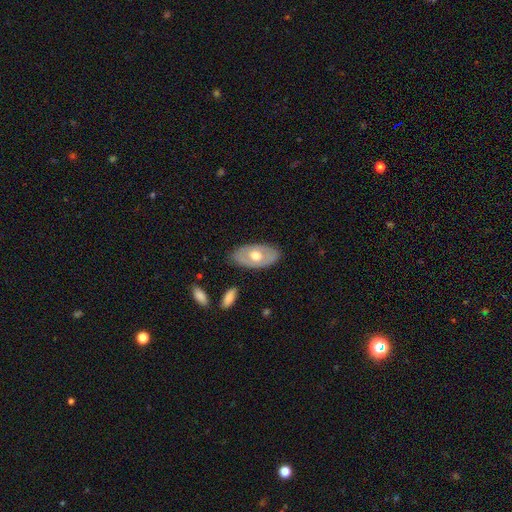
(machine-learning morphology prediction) The model was most divided on "smooth or featured": featured or disk: 49%, smooth: 46%, star or artifact: 5%. More confident: merging — none (81%).